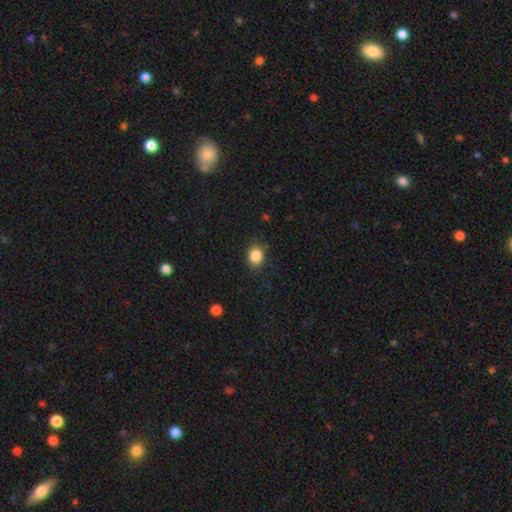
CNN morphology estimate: A smooth galaxy with no disk features (86%) that is round (56%).

Vote fractions:
- Smooth or featured? smooth: 86% / star or artifact: 10% / featured or disk: 4%
- How rounded? round: 56% / in between: 43% / cigar-shaped: 1%
- Merging? none: 84% / minor disturbance: 12% / major disturbance: 3% / merger: 1%